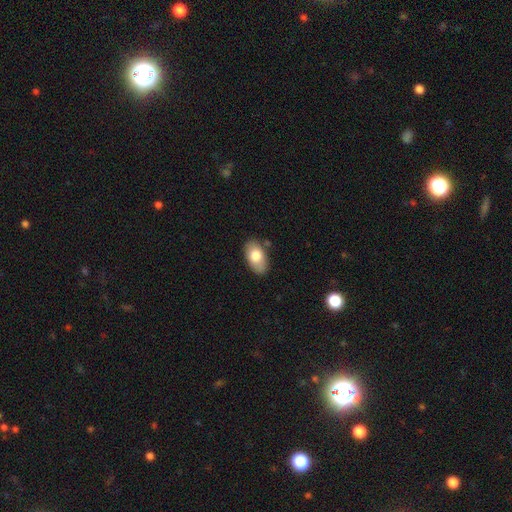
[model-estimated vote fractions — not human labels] Overall: smooth (76%). How rounded: in between (93%). Merging: none (80%).